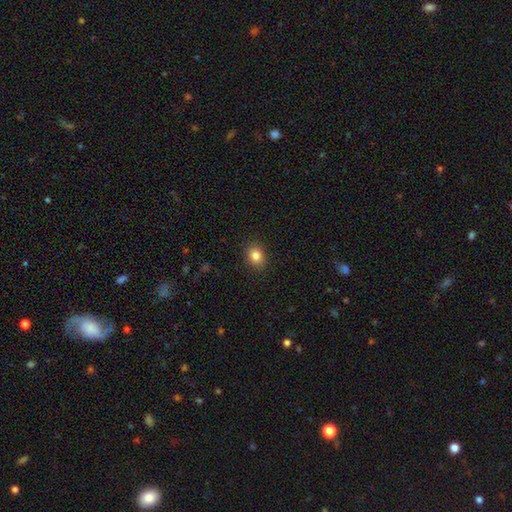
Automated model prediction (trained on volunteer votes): smooth_or_featured: smooth (p=0.84) [alt: star or artifact p=0.10]
how_rounded: round (p=0.52) [alt: in between p=0.47]
merging: none (p=0.90) [alt: minor disturbance p=0.07]